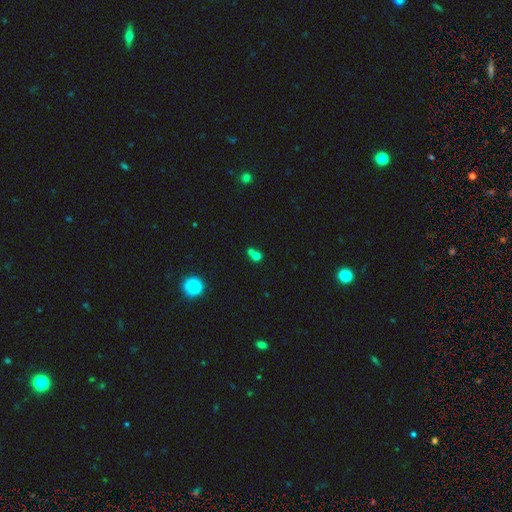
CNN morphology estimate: Smooth or featured? smooth (66%)
How rounded? round (76%)
Merging? merger (56%)